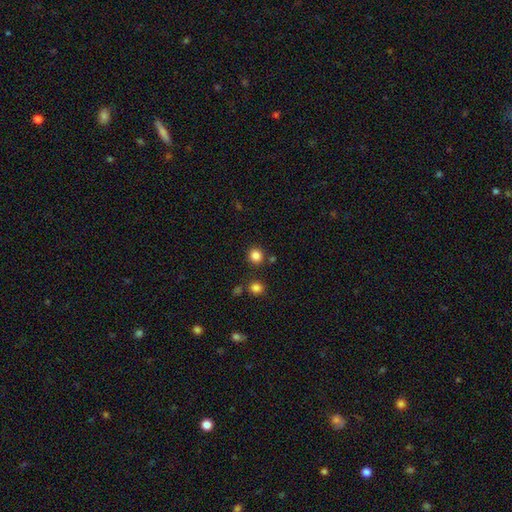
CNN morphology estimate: Smooth or featured: smooth — 85% (star or artifact — 12%)
How rounded: round — 91% (in between — 8%)
Merging: none — 85% (minor disturbance — 7%)